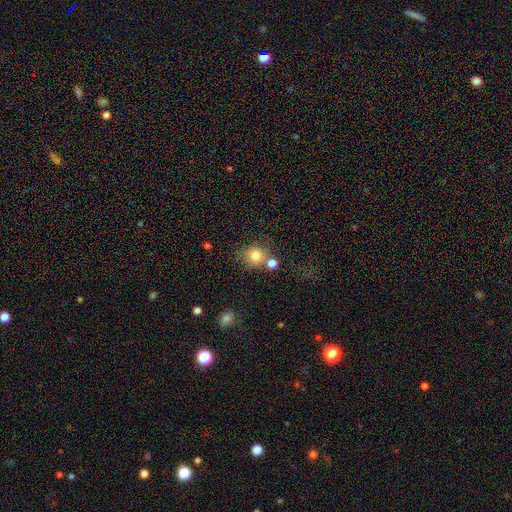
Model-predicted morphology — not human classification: Smooth or featured? smooth (81%)
How rounded? round (80%)
Merging? none (61%)